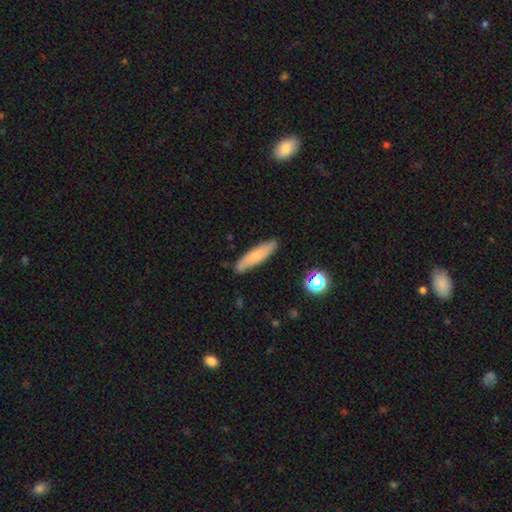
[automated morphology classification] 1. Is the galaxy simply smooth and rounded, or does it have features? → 70% smooth, 23% featured or disk, 7% star or artifact.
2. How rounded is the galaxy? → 76% cigar-shaped, 22% in between, 2% round.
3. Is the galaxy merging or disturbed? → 85% none, 11% minor disturbance, 2% major disturbance, 2% merger.